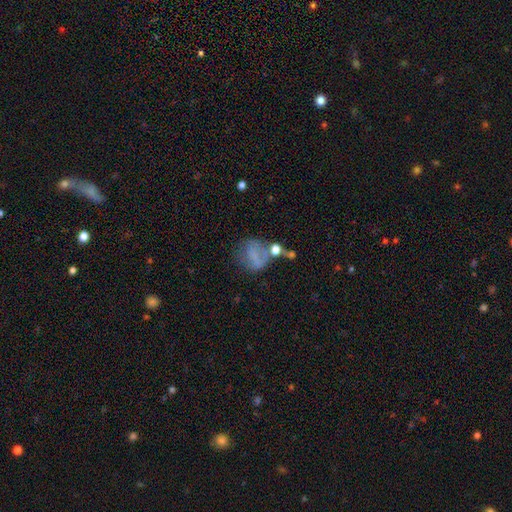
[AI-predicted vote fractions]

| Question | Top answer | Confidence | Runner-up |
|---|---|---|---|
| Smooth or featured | smooth | 59% | featured or disk (25%) |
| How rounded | round | 60% | in between (38%) |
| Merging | none | 38% | major disturbance (25%) |